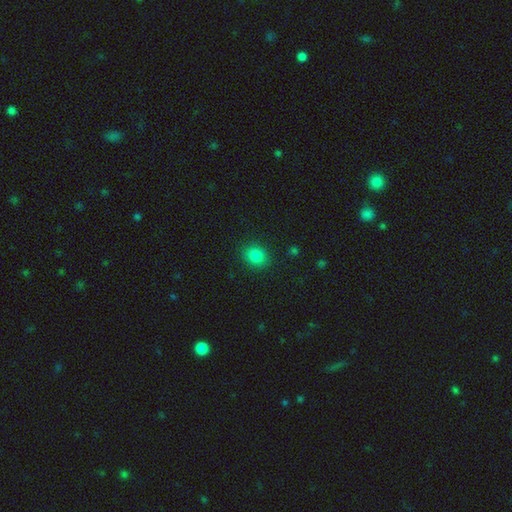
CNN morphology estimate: Smooth or featured? Predicted: smooth (p=0.83). How rounded? Predicted: round (p=0.56). Merging? Predicted: none (p=0.88).